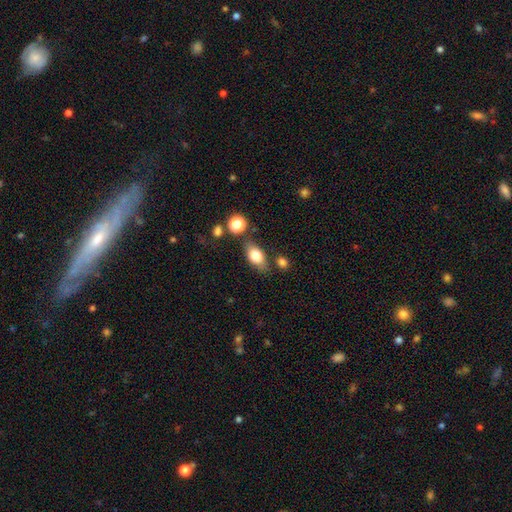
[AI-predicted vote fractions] A smooth galaxy with no disk features (76%) that is in between round and cigar-shaped (83%). Merging: none (74%).